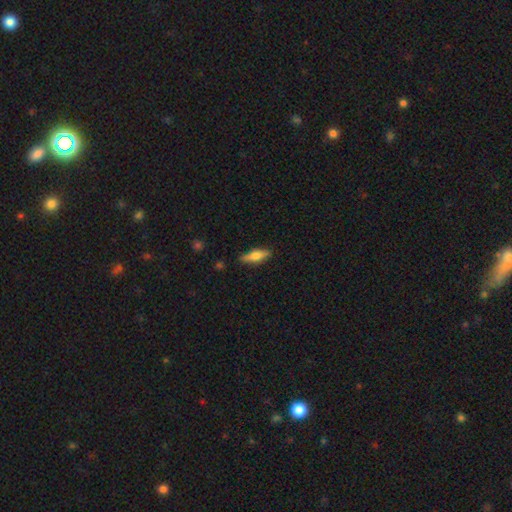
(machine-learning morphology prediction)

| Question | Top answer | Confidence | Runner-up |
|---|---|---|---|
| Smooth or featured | smooth | 60% | featured or disk (33%) |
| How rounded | cigar-shaped | 55% | in between (43%) |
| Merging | none | 84% | minor disturbance (12%) |